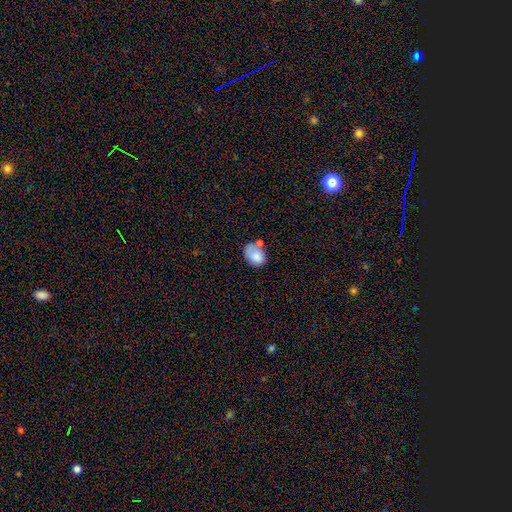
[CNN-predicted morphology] smooth 80%, featured or disk 12%, star or artifact 8%. Down the decision tree: how rounded — in between (70%); merging — none (42%).